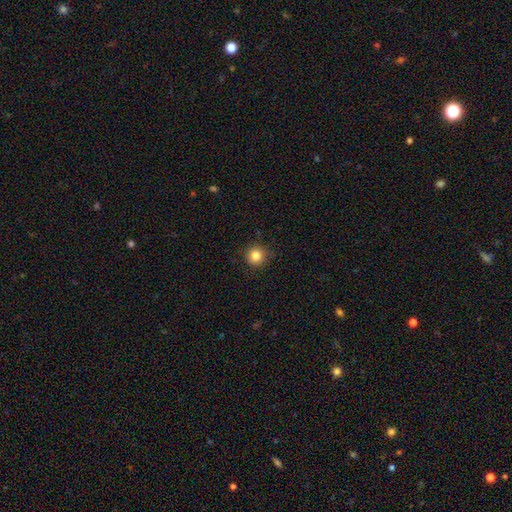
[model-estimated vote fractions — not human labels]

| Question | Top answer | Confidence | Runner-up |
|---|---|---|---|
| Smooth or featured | smooth | 84% | star or artifact (11%) |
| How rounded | round | 95% | in between (4%) |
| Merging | none | 90% | minor disturbance (7%) |